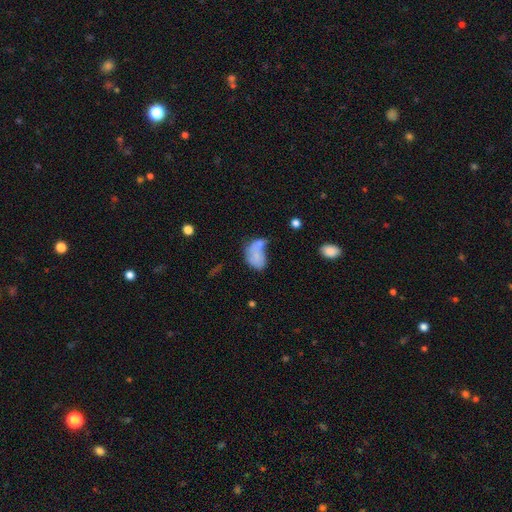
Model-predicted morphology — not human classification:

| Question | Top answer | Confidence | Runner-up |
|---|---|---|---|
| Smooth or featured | smooth | 66% | featured or disk (25%) |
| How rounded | in between | 80% | round (18%) |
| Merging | merger | 44% | none (21%) |